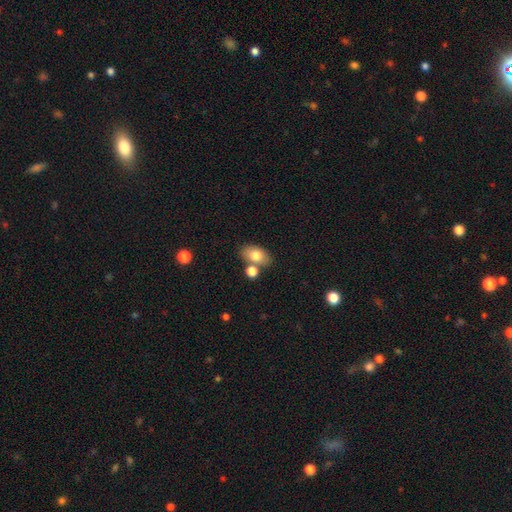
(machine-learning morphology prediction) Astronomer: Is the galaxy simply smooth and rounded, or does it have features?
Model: smooth — 78%.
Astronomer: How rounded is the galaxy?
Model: in between — 86%.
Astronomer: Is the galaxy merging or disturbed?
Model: none — 67%.